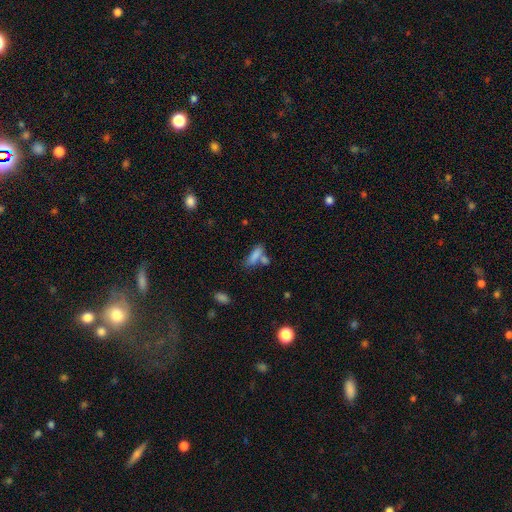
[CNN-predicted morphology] smooth-or-featured: smooth: 80% | featured or disk: 10% | star or artifact: 10%
  how-rounded: in between: 58% | cigar-shaped: 38% | round: 3%
  merging: none: 43% | merger: 37% | minor disturbance: 13% | major disturbance: 6%